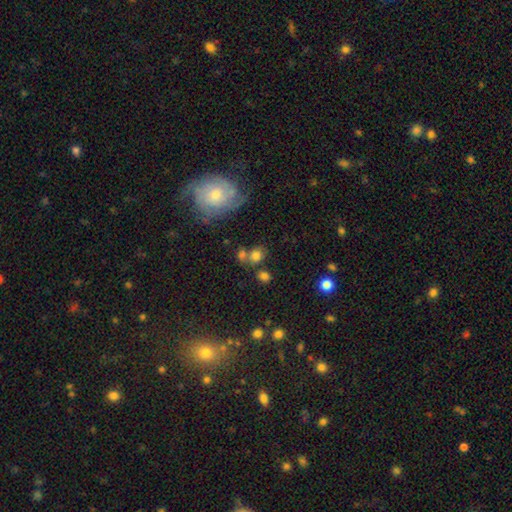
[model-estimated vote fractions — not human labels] A smooth galaxy with no disk features (75%) that is round (67%). Merging: none (58%).